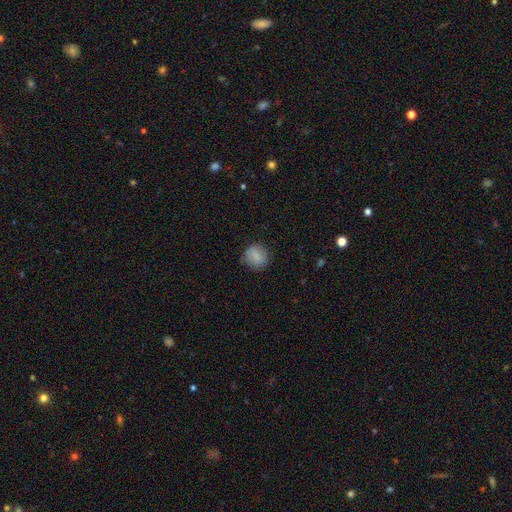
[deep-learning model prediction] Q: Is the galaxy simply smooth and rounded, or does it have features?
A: smooth — 80%.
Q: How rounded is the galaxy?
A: round — 75%.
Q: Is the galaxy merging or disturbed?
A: none — 80%.